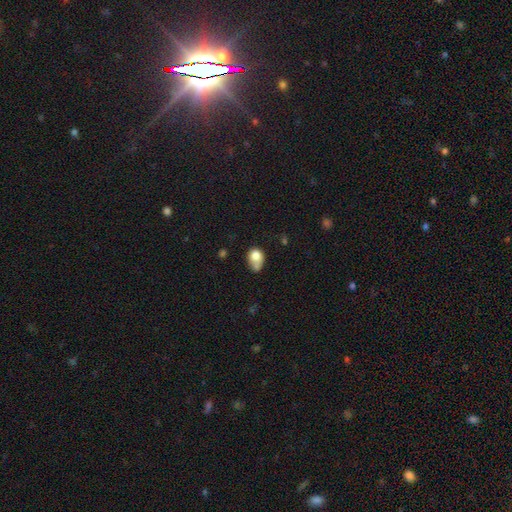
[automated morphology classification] This is likely a smooth galaxy (77%). How rounded: possibly in between (50%). Merging: marginally none (31%).